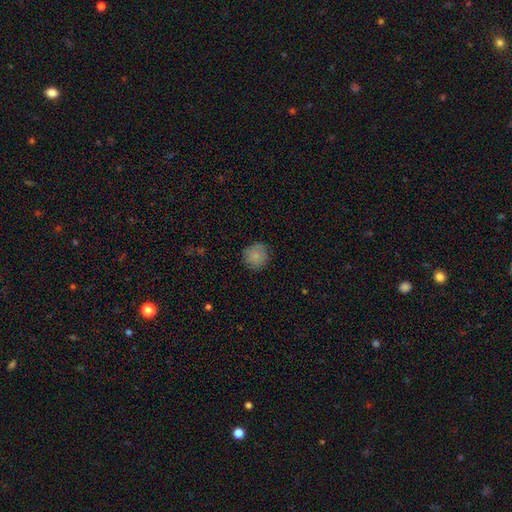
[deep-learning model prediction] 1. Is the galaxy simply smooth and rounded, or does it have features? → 79% smooth, 12% featured or disk, 8% star or artifact.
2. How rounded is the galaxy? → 91% round, 8% in between, 1% cigar-shaped.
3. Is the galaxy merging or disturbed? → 82% none, 14% minor disturbance, 3% major disturbance, 1% merger.